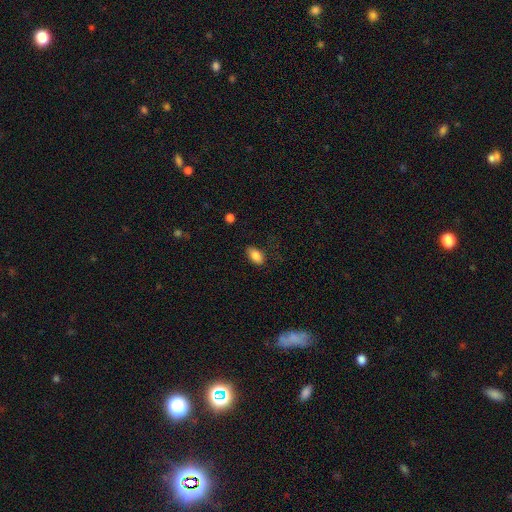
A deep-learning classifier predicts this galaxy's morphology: smooth 84%, star or artifact 8%, featured or disk 7%. Down the decision tree: how rounded — in between (91%); merging — none (79%).